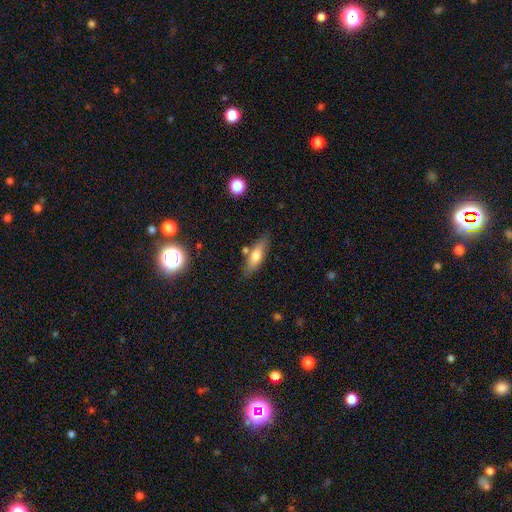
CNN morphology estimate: smooth 66%, featured or disk 27%, star or artifact 7%. Down the decision tree: how rounded — in between (52%); merging — none (77%).